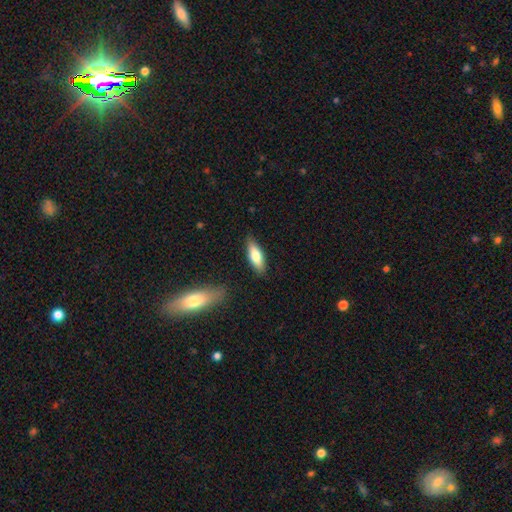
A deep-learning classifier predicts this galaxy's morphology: This appears to be a smooth galaxy with no disk features (72%) that is in between round and cigar-shaped (57%). Merging: none (84%).